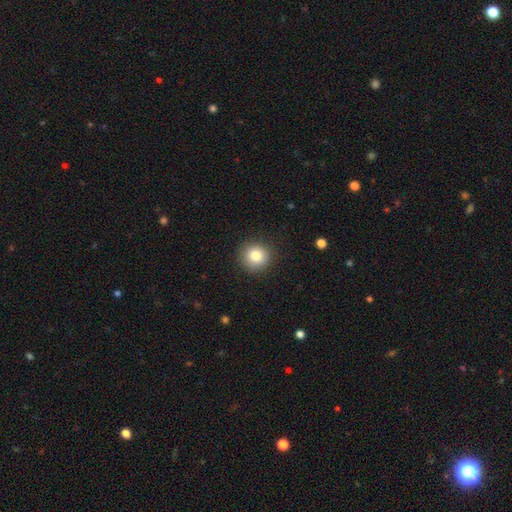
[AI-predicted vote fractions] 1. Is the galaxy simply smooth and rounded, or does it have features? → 82% smooth, 10% star or artifact, 8% featured or disk.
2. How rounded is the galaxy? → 92% round, 7% in between, 1% cigar-shaped.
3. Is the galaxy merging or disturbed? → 91% none, 6% minor disturbance, 2% major disturbance, 1% merger.